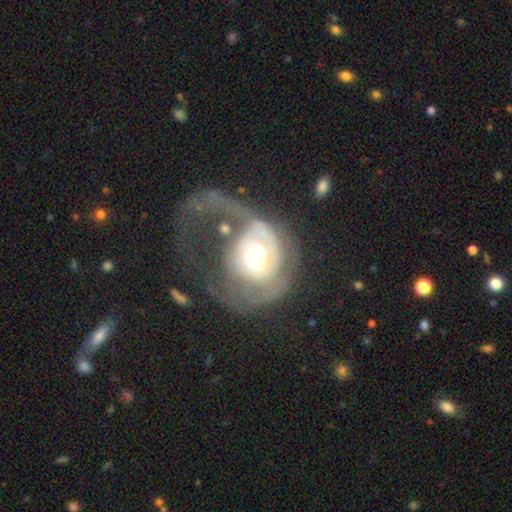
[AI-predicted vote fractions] smooth-or-featured: featured or disk: 70% | smooth: 23% | star or artifact: 7%
  disk-edge-on: no: 96% | yes: 4%
    bar: no: 75% | weak: 20% | strong: 6%
    has-spiral-arms: yes: 62% | no: 38%
    bulge-size: moderate: 58% | large: 22% | small: 15% | dominant: 3% | none: 2%
  merging: major disturbance: 65% | none: 16% | minor disturbance: 11% | merger: 8%